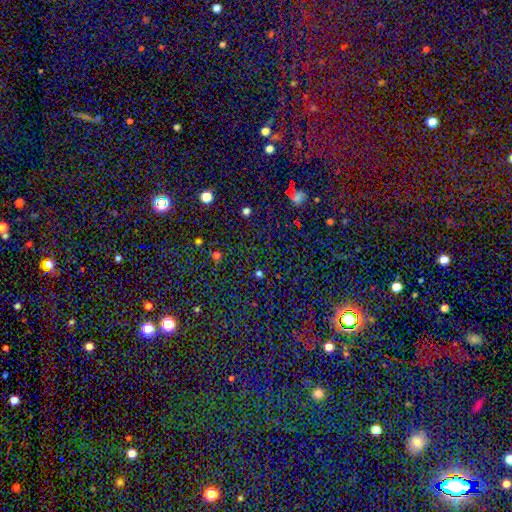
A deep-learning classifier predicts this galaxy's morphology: A star or artifact, not a galaxy (77%).

Vote fractions:
- Smooth or featured? star or artifact: 77% / smooth: 16% / featured or disk: 7%